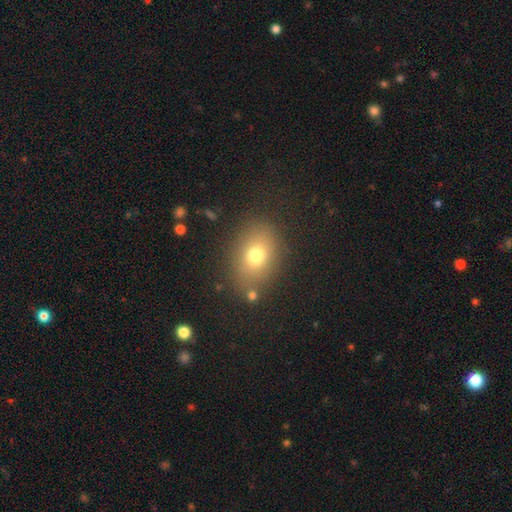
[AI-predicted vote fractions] Smooth or featured? smooth (74%)
How rounded? in between (61%)
Merging? none (80%)